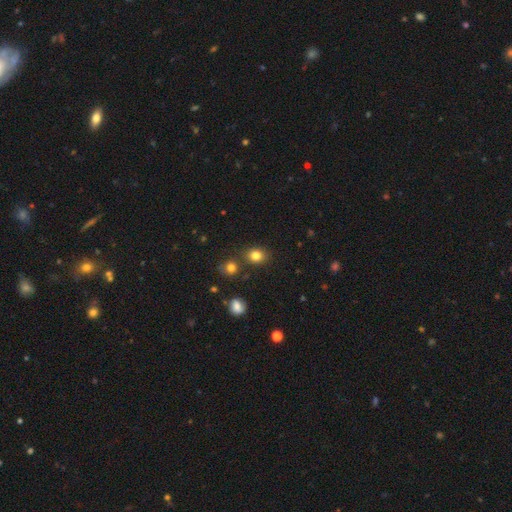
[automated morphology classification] The model was most divided on "how rounded": round: 65%, in between: 34%, cigar-shaped: 1%. More confident: smooth or featured — smooth (81%); merging — none (79%).